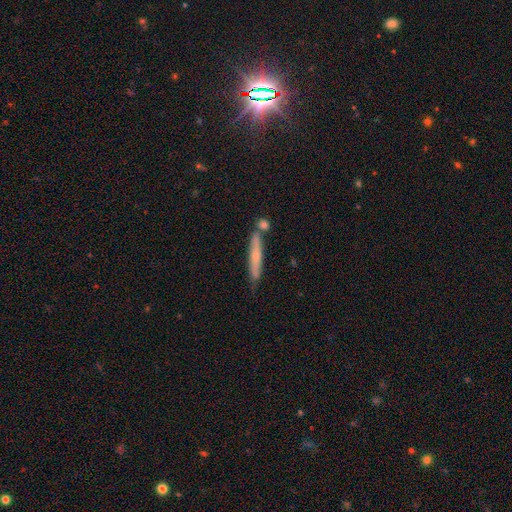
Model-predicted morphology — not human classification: This is possibly a smooth galaxy (50%). Merging: likely none (70%).